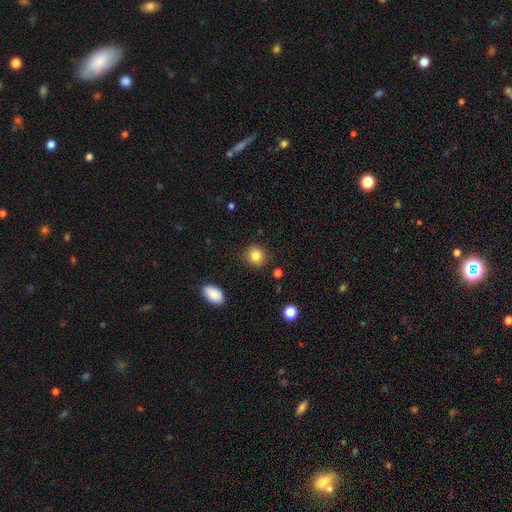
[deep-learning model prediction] Smooth or featured?
  - smooth: 85% *
  - star or artifact: 10%
  - featured or disk: 5%
How rounded?
  - round: 80% *
  - in between: 19%
  - cigar-shaped: 1%
Merging?
  - none: 88% *
  - minor disturbance: 8%
  - major disturbance: 2%
  - merger: 2%